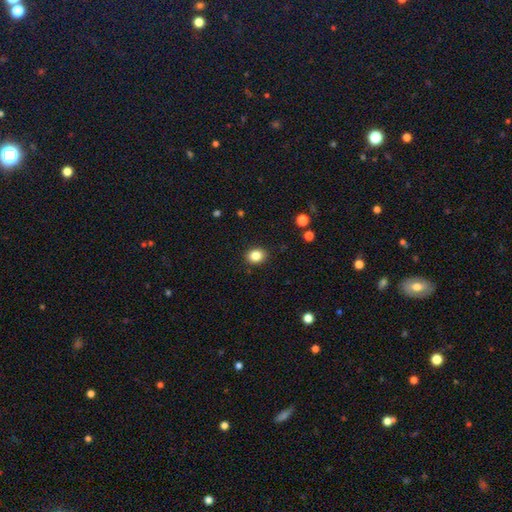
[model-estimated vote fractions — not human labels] Q: Smooth or featured?
A: smooth (85%); runner-up: star or artifact (10%)
Q: How rounded?
A: round (52%); runner-up: in between (47%)
Q: Merging?
A: none (90%); runner-up: minor disturbance (7%)